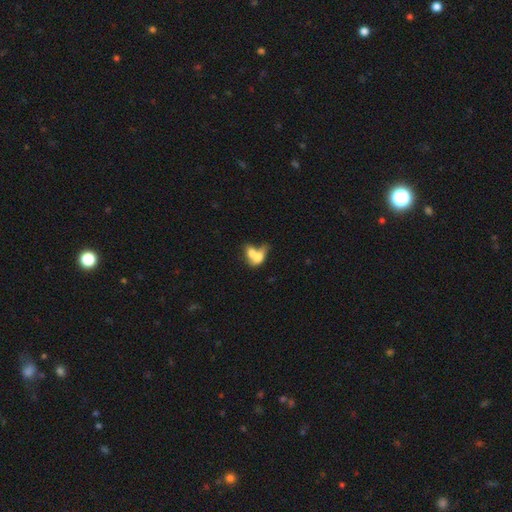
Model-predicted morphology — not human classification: A smooth galaxy with no disk features (67%) that is in between round and cigar-shaped (77%). Merging: merger (74%).